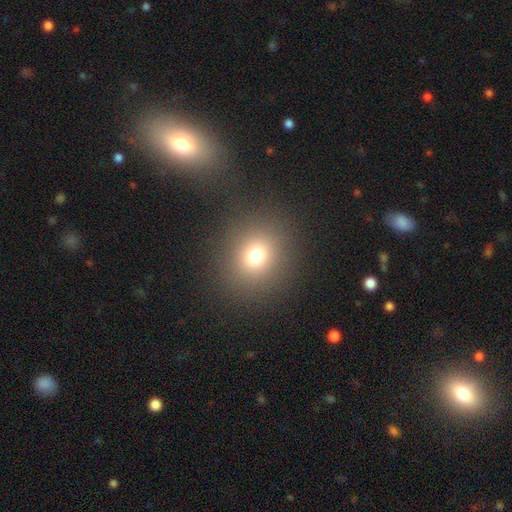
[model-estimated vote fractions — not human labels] Morphology: type=smooth (72%); roundness=round (82%); merging=none (87%).